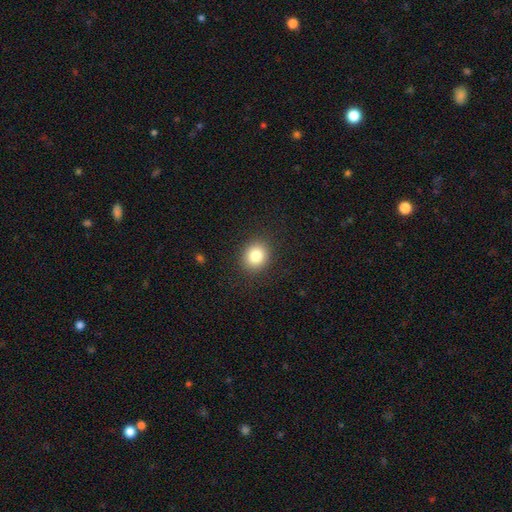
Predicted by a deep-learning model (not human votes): smooth_or_featured: smooth (p=0.83) [alt: star or artifact p=0.10]
how_rounded: round (p=0.75) [alt: in between p=0.24]
merging: none (p=0.90) [alt: minor disturbance p=0.07]